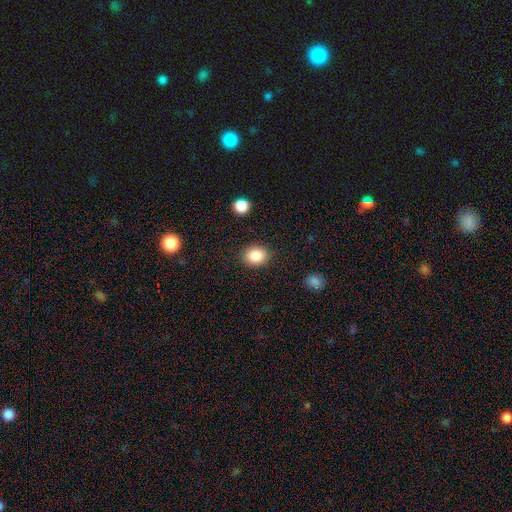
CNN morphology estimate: Q: Smooth or featured?
A: smooth (86%); runner-up: star or artifact (9%)
Q: How rounded?
A: round (54%); runner-up: in between (45%)
Q: Merging?
A: none (87%); runner-up: minor disturbance (8%)